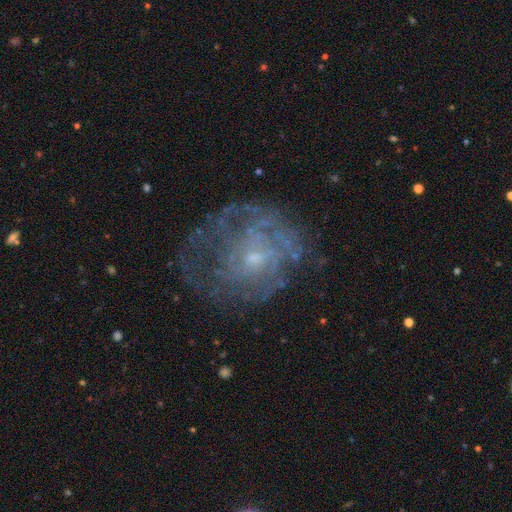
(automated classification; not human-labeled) smooth-or-featured: featured or disk: 73% | smooth: 16% | star or artifact: 11%
  disk-edge-on: no: 98% | yes: 2%
    bar: no: 71% | weak: 26% | strong: 4%
    has-spiral-arms: yes: 64% | no: 36%
    bulge-size: small: 68% | moderate: 22% | none: 7% | large: 1% | dominant: 1%
  merging: none: 59% | major disturbance: 20% | minor disturbance: 19% | merger: 2%